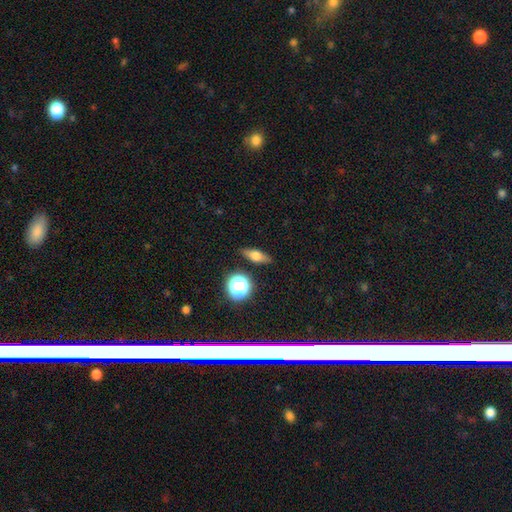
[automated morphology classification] smooth_or_featured: smooth (p=0.55) [alt: featured or disk p=0.33]
how_rounded: in between (p=0.53) [alt: cigar-shaped p=0.30]
merging: none (p=0.85) [alt: minor disturbance p=0.10]